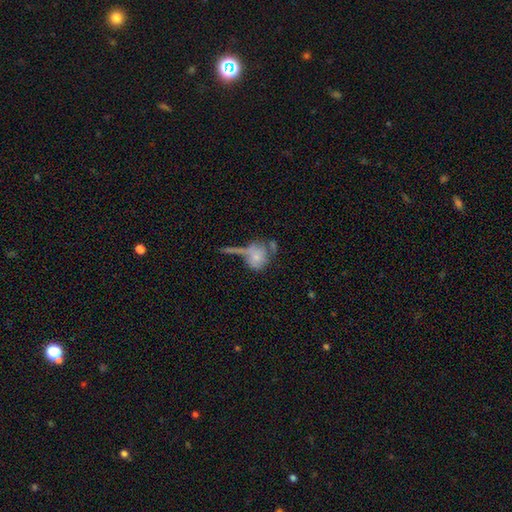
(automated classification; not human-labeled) Smooth or featured?
  - smooth: 66% *
  - featured or disk: 25%
  - star or artifact: 9%
How rounded?
  - round: 72% *
  - in between: 25%
  - cigar-shaped: 3%
Merging?
  - none: 38% *
  - merger: 30%
  - minor disturbance: 17%
  - major disturbance: 15%